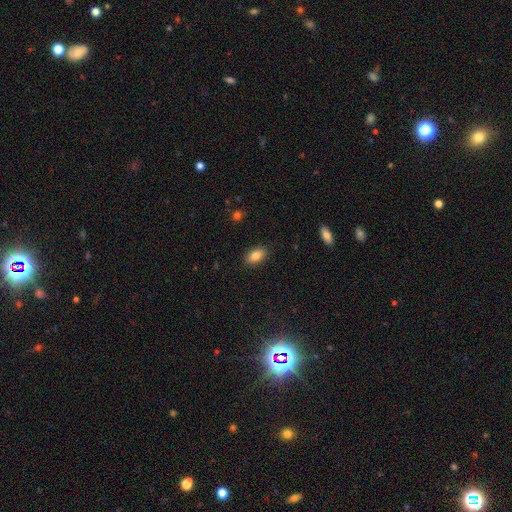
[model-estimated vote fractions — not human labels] This appears to be a smooth galaxy with no disk features (84%) that is in between round and cigar-shaped (91%). Merging: none (88%).